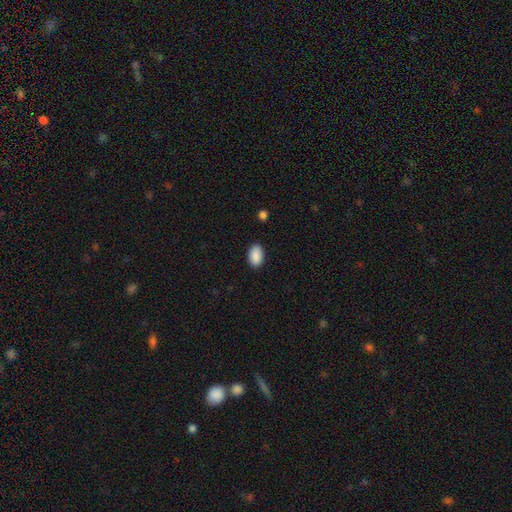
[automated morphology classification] This appears to be a smooth galaxy with no disk features (90%) that is in between round and cigar-shaped (92%). Merging: none (88%).